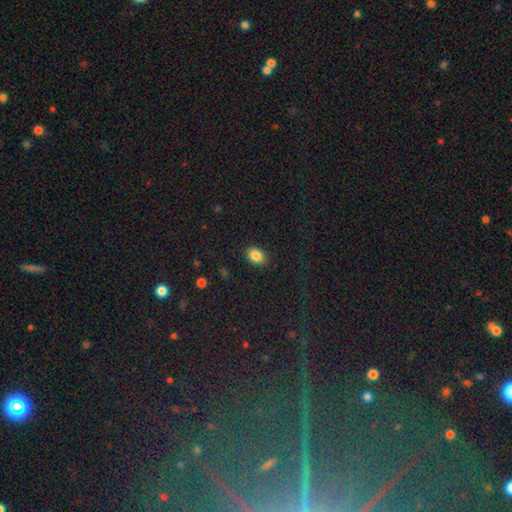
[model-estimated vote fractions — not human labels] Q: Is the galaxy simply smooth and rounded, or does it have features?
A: smooth — 87%.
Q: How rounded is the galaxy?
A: in between — 80%.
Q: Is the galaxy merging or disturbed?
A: none — 88%.